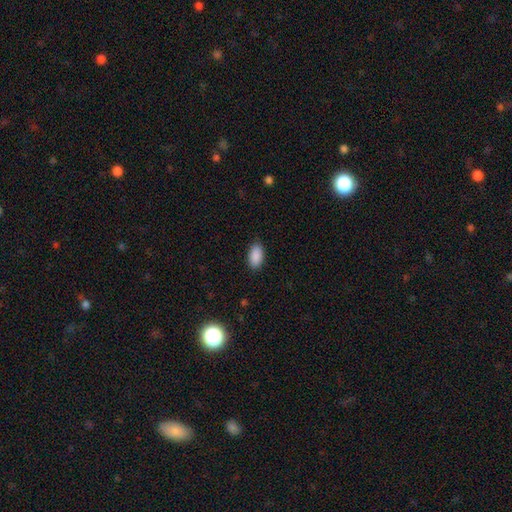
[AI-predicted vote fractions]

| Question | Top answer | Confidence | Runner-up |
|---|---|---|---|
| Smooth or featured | smooth | 90% | star or artifact (7%) |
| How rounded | in between | 94% | round (3%) |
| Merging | none | 88% | minor disturbance (9%) |